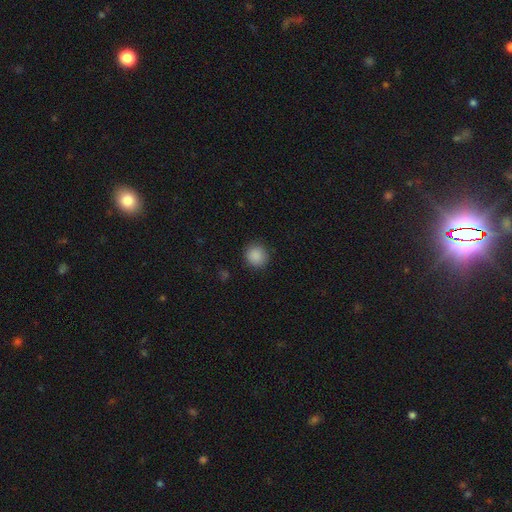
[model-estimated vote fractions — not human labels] A smooth galaxy with no disk features (88%) that is round (92%). Merging: none (90%).